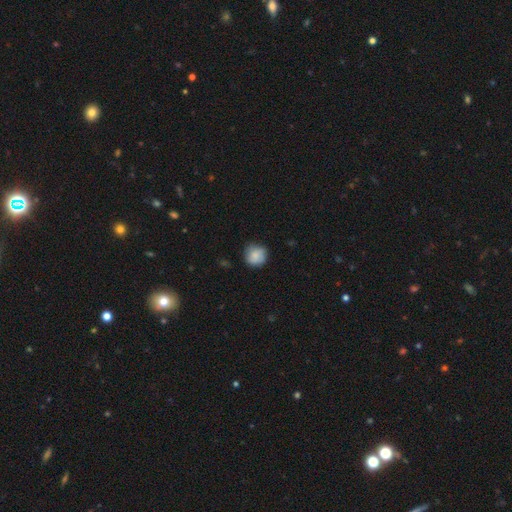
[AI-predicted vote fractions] Smooth or featured? smooth (78%)
How rounded? round (91%)
Merging? none (76%)